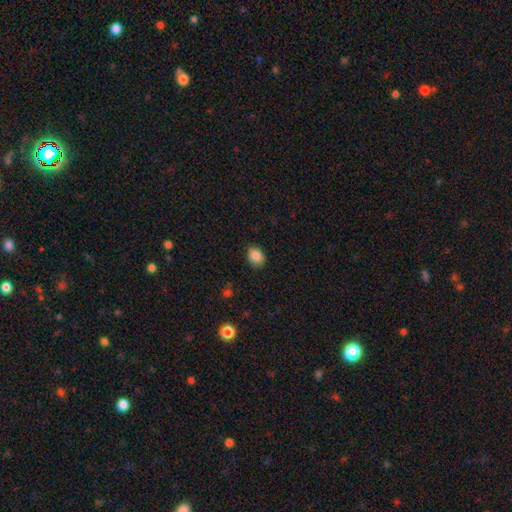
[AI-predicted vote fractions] Smooth or featured? Predicted: smooth (p=0.87). How rounded? Predicted: in between (p=0.56). Merging? Predicted: none (p=0.85).